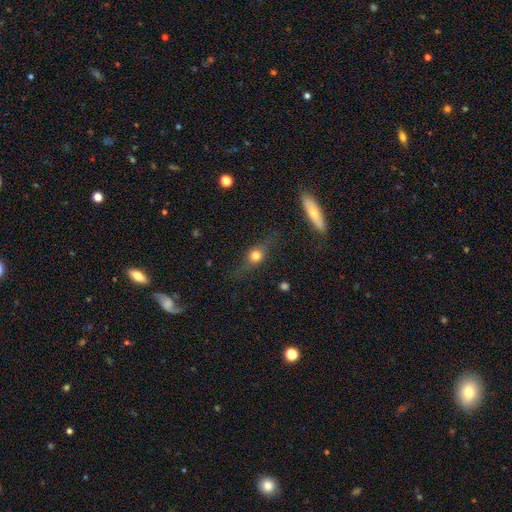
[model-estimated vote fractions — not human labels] A smooth galaxy with no disk features (49%). Merging: none (74%).